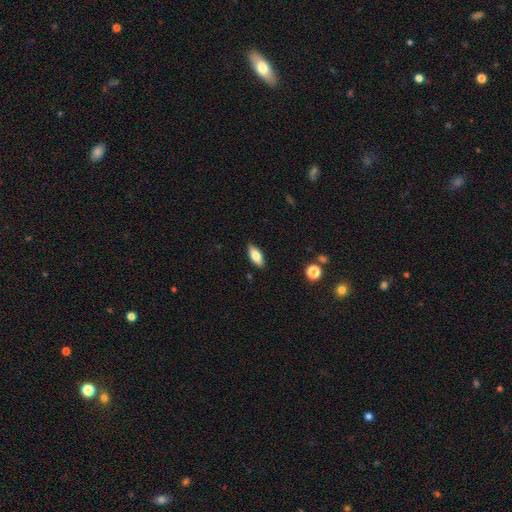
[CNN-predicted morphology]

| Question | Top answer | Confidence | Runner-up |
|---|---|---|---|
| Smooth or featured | smooth | 76% | featured or disk (17%) |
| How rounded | in between | 82% | cigar-shaped (15%) |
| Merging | none | 87% | minor disturbance (9%) |